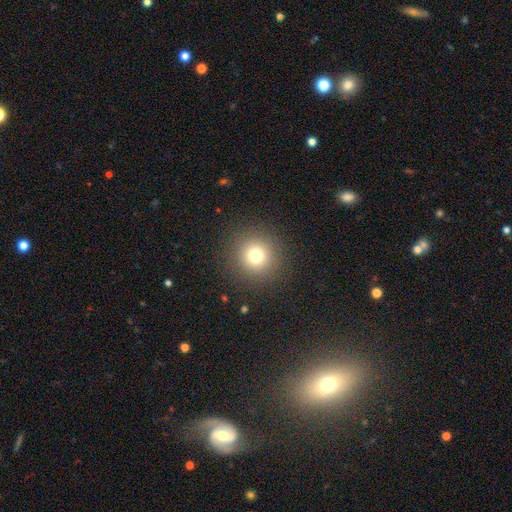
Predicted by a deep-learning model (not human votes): smooth 75%, star or artifact 16%, featured or disk 9%. Down the decision tree: how rounded — round (95%); merging — none (90%).